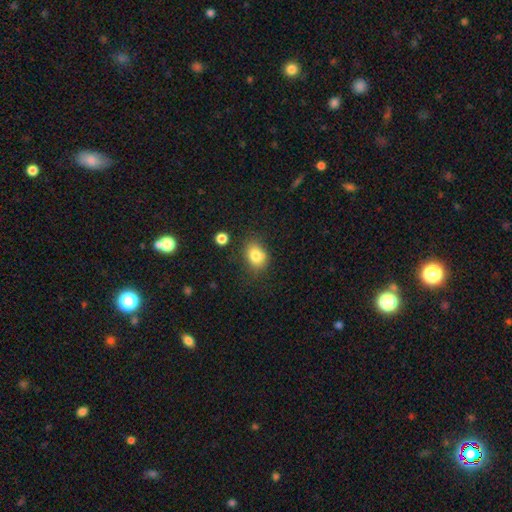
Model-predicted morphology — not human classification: Smooth or featured? Predicted: smooth (p=0.81). How rounded? Predicted: in between (p=0.57). Merging? Predicted: none (p=0.68).